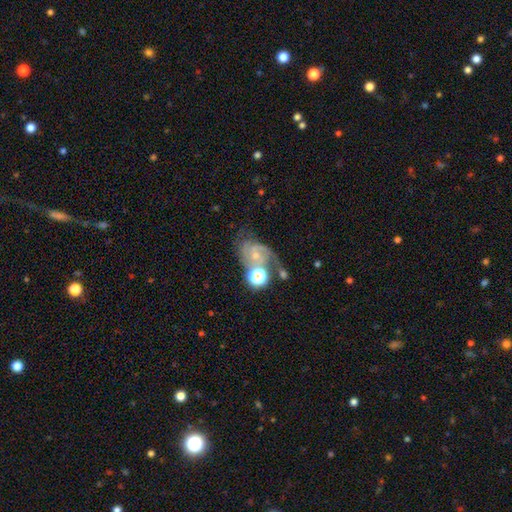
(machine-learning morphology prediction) type=featured or disk (68%); edge-on=no (97%); bar=no (63%); spiral arms=yes (91%); winding=medium (49%); arm count=2 (69%); bulge=small (56%); merging=none (37%).